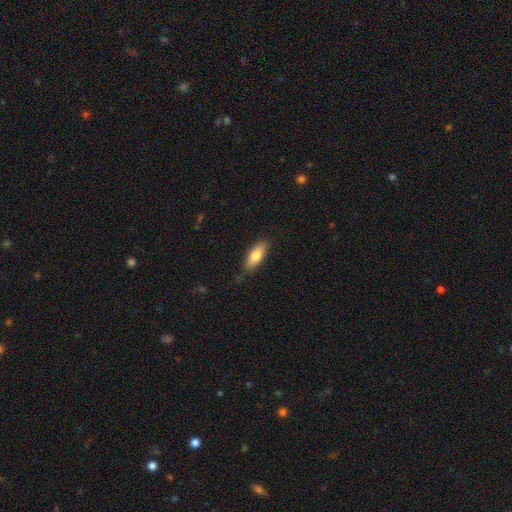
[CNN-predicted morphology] This appears to be a smooth galaxy with no disk features (79%) that is in between round and cigar-shaped (71%). Merging: none (84%).